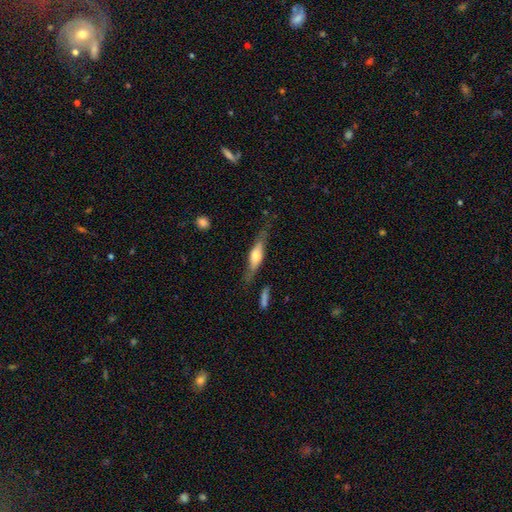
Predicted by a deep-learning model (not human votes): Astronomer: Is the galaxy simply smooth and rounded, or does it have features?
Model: featured or disk — 52% (runner-up: smooth, 41%).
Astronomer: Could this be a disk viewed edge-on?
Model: yes — 85%.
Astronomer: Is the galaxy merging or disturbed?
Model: none — 69%.